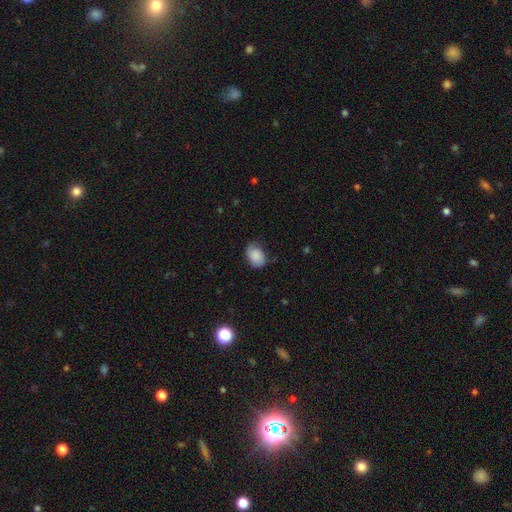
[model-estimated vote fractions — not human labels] The model was most divided on "merging": none: 69%, minor disturbance: 24%, major disturbance: 5%, merger: 1%. More confident: smooth or featured — smooth (81%); how rounded — in between (76%).